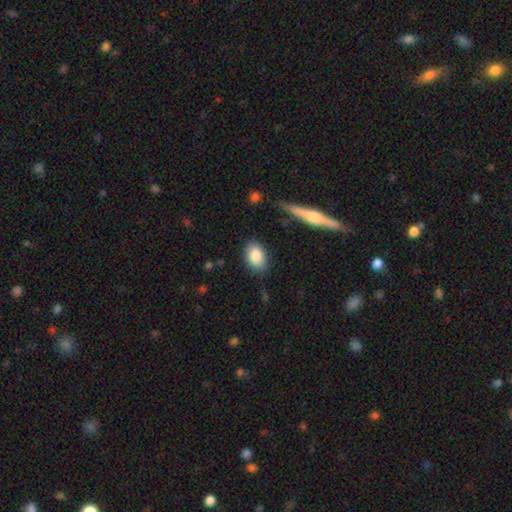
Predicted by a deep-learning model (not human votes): Q: Smooth or featured?
A: smooth (85%); runner-up: featured or disk (8%)
Q: How rounded?
A: in between (85%); runner-up: round (13%)
Q: Merging?
A: none (82%); runner-up: minor disturbance (12%)